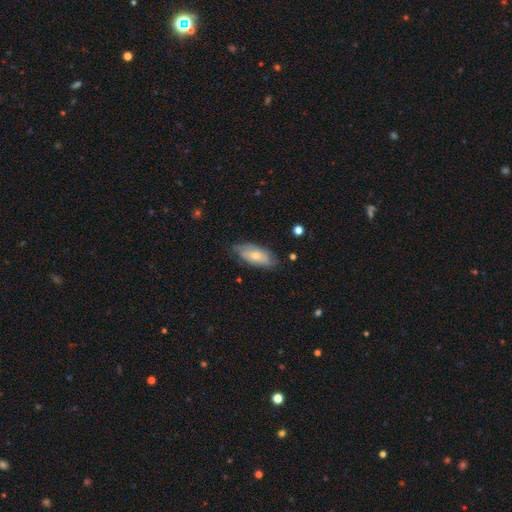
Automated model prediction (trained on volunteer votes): A smooth galaxy with no disk features (54%) that is in between round and cigar-shaped (86%). Merging: none (68%).